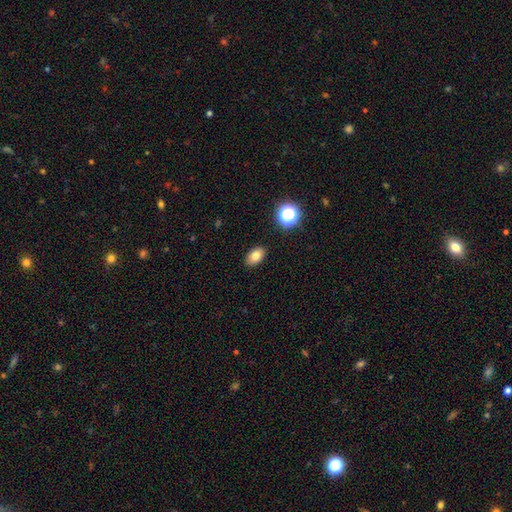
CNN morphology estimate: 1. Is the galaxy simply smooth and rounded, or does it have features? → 79% smooth, 11% star or artifact, 10% featured or disk.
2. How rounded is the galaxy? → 87% in between, 11% round, 1% cigar-shaped.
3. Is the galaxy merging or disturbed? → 89% none, 8% minor disturbance, 2% major disturbance, 1% merger.